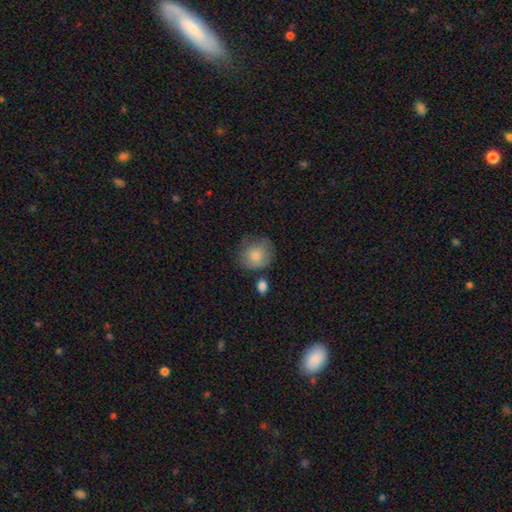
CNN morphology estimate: Q: Smooth or featured?
A: smooth (82%); runner-up: featured or disk (11%)
Q: How rounded?
A: round (81%); runner-up: in between (18%)
Q: Merging?
A: none (62%); runner-up: minor disturbance (24%)